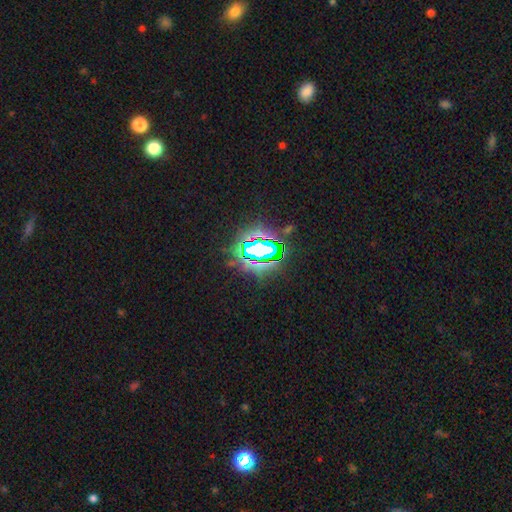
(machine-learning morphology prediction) Smooth or featured? Predicted: star or artifact (p=0.73).